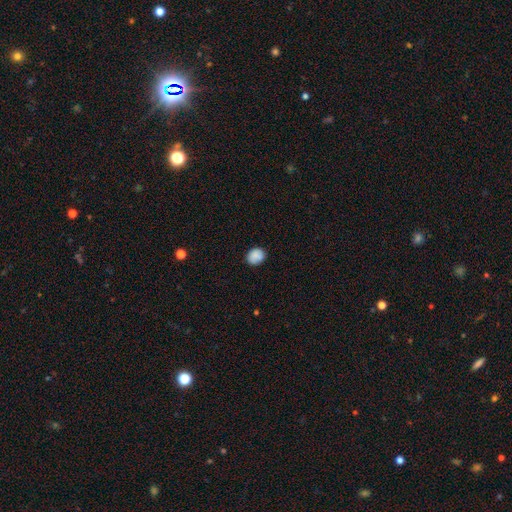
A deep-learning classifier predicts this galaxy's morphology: Overall: smooth (86%). How rounded: round (58%; in between 41%). Merging: none (81%).